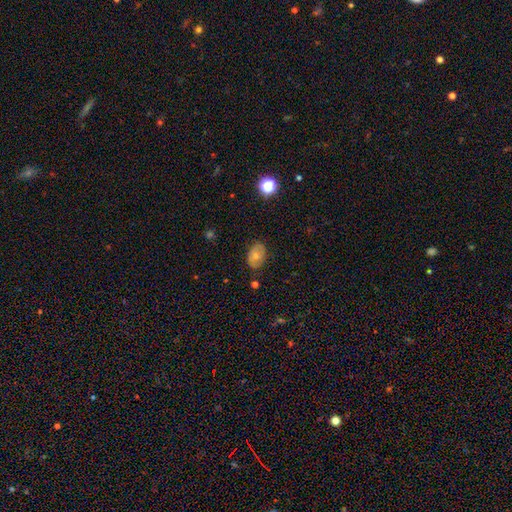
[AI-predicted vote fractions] smooth_or_featured: smooth (p=0.63) [alt: featured or disk p=0.26]
how_rounded: in between (p=0.80) [alt: round p=0.18]
merging: none (p=0.77) [alt: minor disturbance p=0.18]